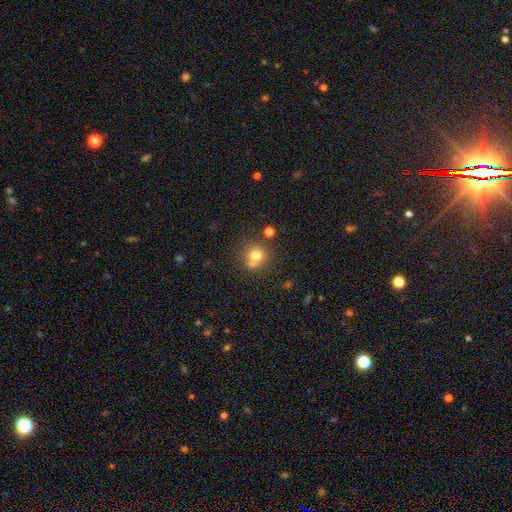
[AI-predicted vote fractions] smooth 74%, star or artifact 14%, featured or disk 12%. Down the decision tree: how rounded — round (89%); merging — none (61%).